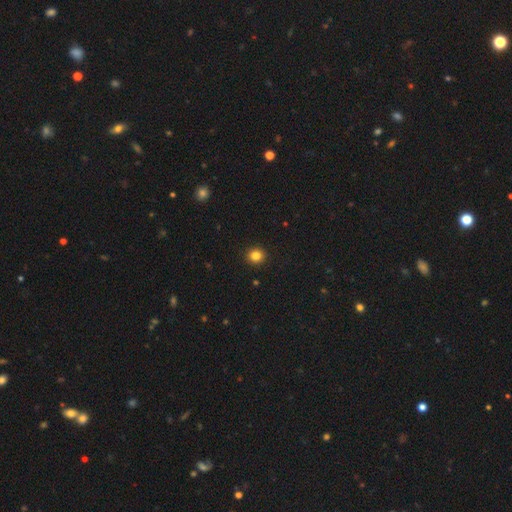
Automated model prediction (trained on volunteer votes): Smooth or featured: smooth — 83% (star or artifact — 12%)
How rounded: round — 90% (in between — 9%)
Merging: none — 93% (minor disturbance — 4%)